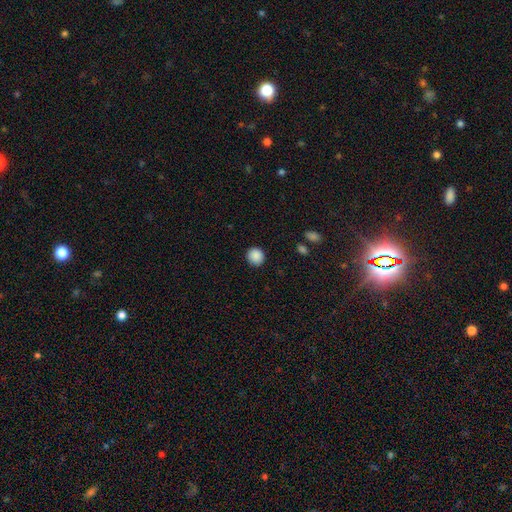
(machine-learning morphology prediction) Smooth or featured?
  - smooth: 89% *
  - star or artifact: 9%
  - featured or disk: 3%
How rounded?
  - round: 90% *
  - in between: 9%
  - cigar-shaped: 1%
Merging?
  - none: 91% *
  - minor disturbance: 6%
  - major disturbance: 2%
  - merger: 1%